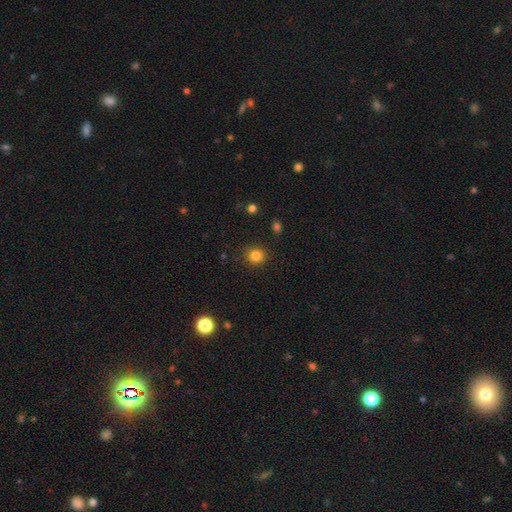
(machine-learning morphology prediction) The model was most divided on "smooth or featured": smooth: 84%, star or artifact: 12%, featured or disk: 4%. More confident: how rounded — round (89%); merging — none (88%).